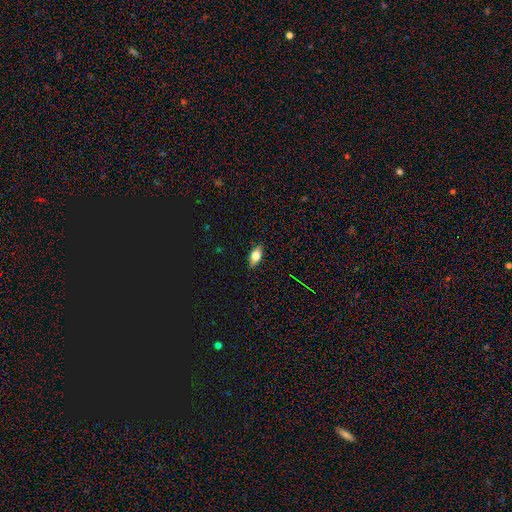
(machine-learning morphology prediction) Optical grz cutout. It shows a smooth galaxy with no disk features (62%) that is in between round and cigar-shaped (83%). Merging: none (86%).